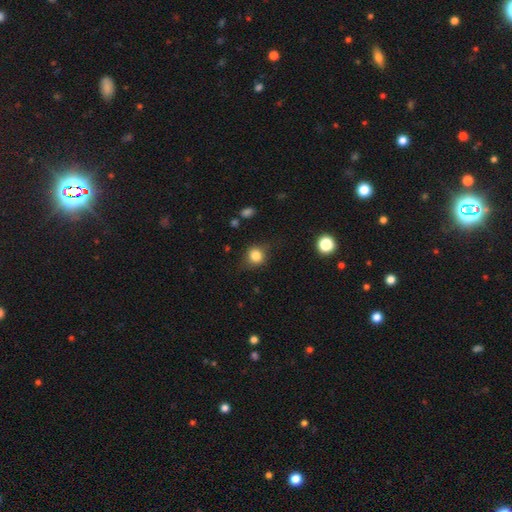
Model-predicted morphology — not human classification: This appears to be a smooth galaxy with no disk features (83%) that is round (85%). Merging: none (79%).